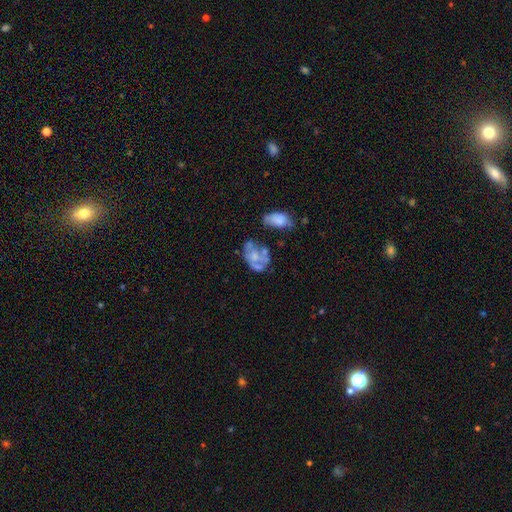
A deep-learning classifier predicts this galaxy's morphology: A featured or disk galaxy (56%) with no bar (90%), no spiral arms (87%) and no central bulge (42%). Merging: none (30%).